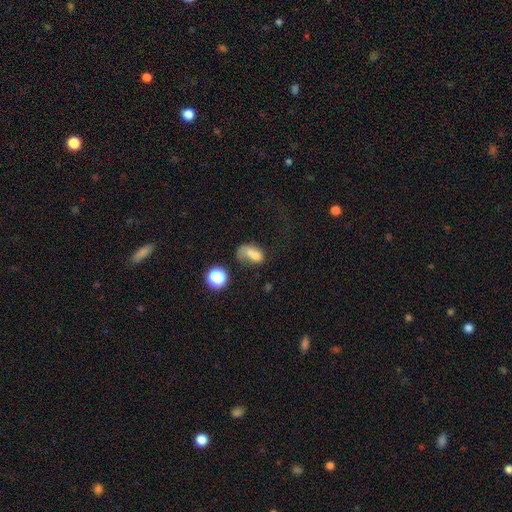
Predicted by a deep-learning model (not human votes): smooth_or_featured: smooth (p=0.63) [alt: featured or disk p=0.23]
how_rounded: in between (p=0.74) [alt: round p=0.23]
merging: merger (p=0.45) [alt: none p=0.22]